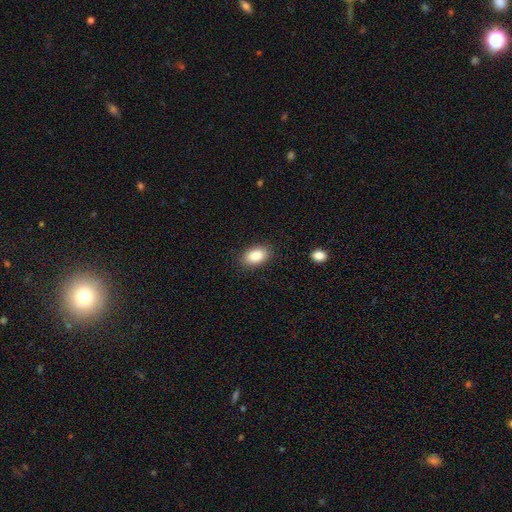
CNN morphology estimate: A smooth galaxy with no disk features (88%) that is in between round and cigar-shaped (92%).

Vote fractions:
- Smooth or featured? smooth: 88% / star or artifact: 7% / featured or disk: 5%
- How rounded? in between: 92% / round: 7% / cigar-shaped: 1%
- Merging? none: 87% / minor disturbance: 9% / major disturbance: 3% / merger: 1%